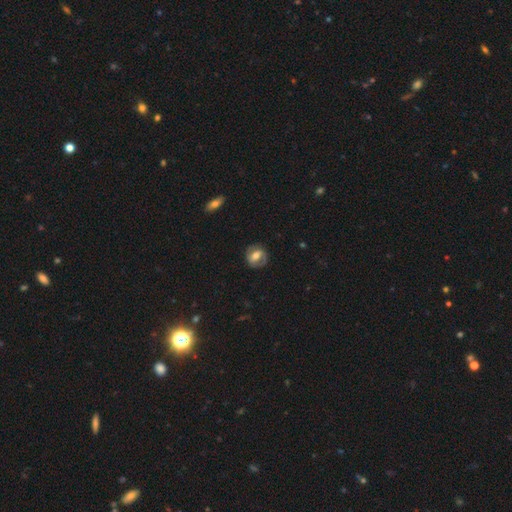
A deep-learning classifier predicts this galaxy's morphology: smooth_or_featured: featured or disk (p=0.55) [alt: smooth p=0.38]
disk_edge_on: no (p=0.95) [alt: yes p=0.05]
bar: weak (p=0.41) [alt: strong p=0.30]
has_spiral_arms: yes (p=0.64) [alt: no p=0.36]
bulge_size: moderate (p=0.67) [alt: small p=0.16]
merging: none (p=0.79) [alt: minor disturbance p=0.14]